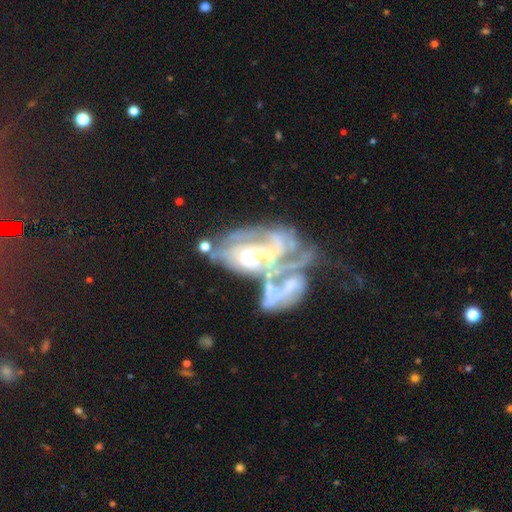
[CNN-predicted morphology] A featured or disk galaxy (80%) with no bar (68%), tight (45%) spiral arms (69%) and a small central bulge (43%).

Vote fractions:
- Smooth or featured? featured or disk: 80% / smooth: 11% / star or artifact: 9%
- Edge-on disk? no: 97% / yes: 3%
- Bar? no: 68% / weak: 22% / strong: 9%
- Spiral arms? yes: 69% / no: 31%
- Spiral winding? tight: 45% / medium: 34% / loose: 21%
- Spiral arm count? can't tell: 49% / 2: 22% / 3: 13% / 1: 6% / 4: 6% / more than 4: 5%
- Bulge size? small: 43% / moderate: 29% / none: 20% / large: 6% / dominant: 2%
- Merging? merger: 55% / major disturbance: 23% / none: 13% / minor disturbance: 9%